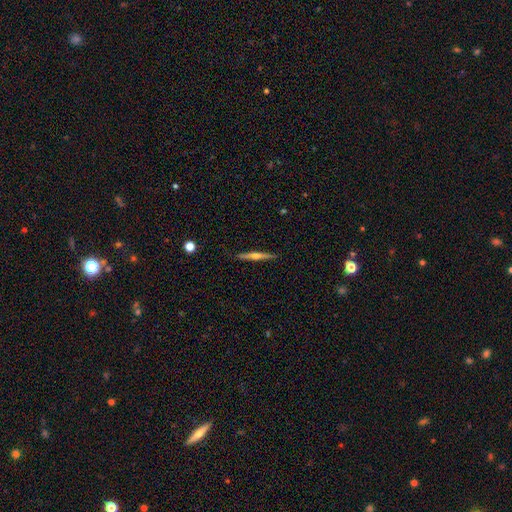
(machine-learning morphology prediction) smooth-or-featured: featured or disk: 69% | smooth: 25% | star or artifact: 6%
  disk-edge-on: yes: 98% | no: 2%
    edge-on-bulge: rounded: 86% | none: 10% | boxy: 5%
  merging: none: 91% | minor disturbance: 7% | major disturbance: 1% | merger: 1%